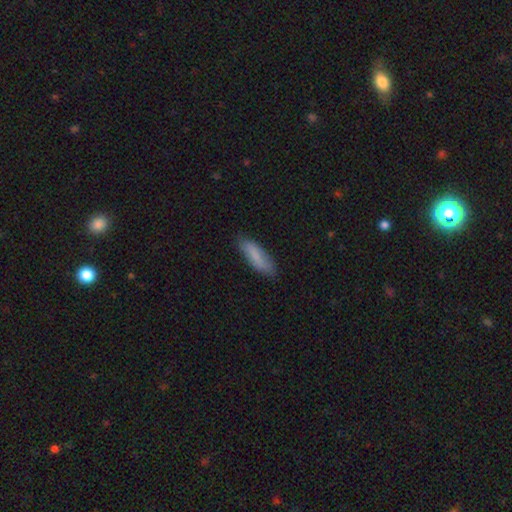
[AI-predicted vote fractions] Q: Smooth or featured?
A: smooth (79%); runner-up: featured or disk (14%)
Q: How rounded?
A: cigar-shaped (56%); runner-up: in between (42%)
Q: Merging?
A: none (80%); runner-up: minor disturbance (16%)